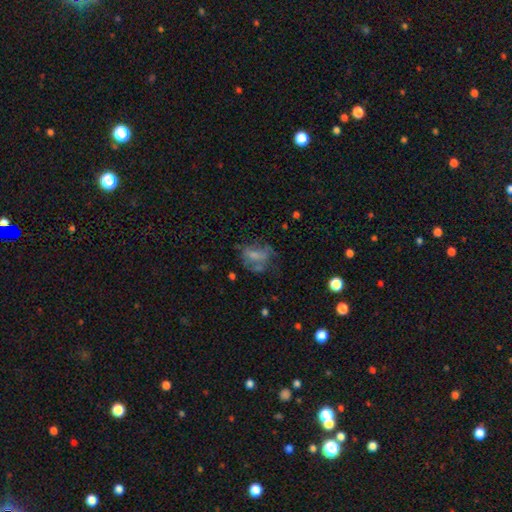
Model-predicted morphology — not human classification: Overall: smooth (47%; featured or disk 39%). Merging: none (38%; major disturbance 32%).